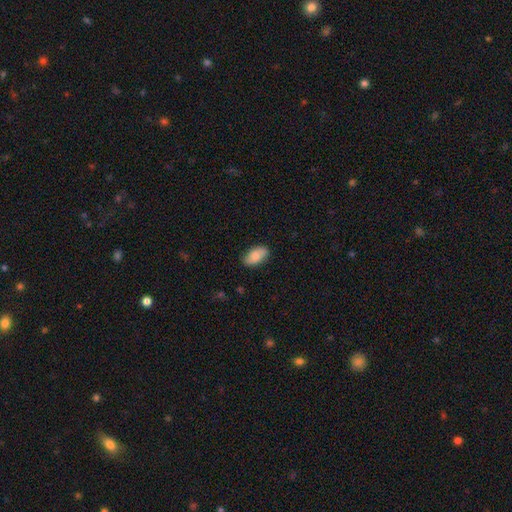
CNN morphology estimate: Q: Smooth or featured?
A: smooth (80%); runner-up: featured or disk (13%)
Q: How rounded?
A: in between (93%); runner-up: round (4%)
Q: Merging?
A: none (80%); runner-up: minor disturbance (16%)